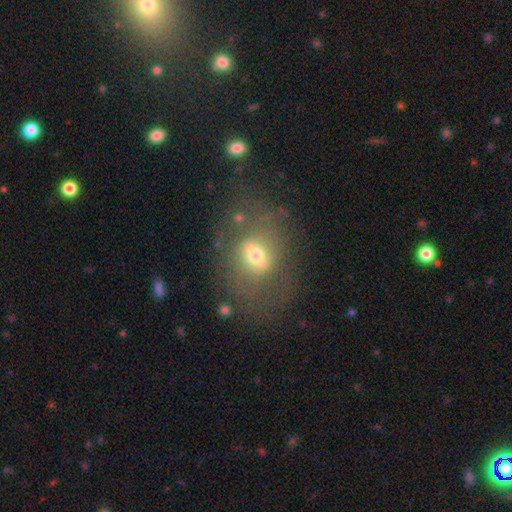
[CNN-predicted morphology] Smooth or featured?
  - smooth: 48% *
  - featured or disk: 38%
  - star or artifact: 14%
Merging?
  - none: 63% *
  - minor disturbance: 19%
  - major disturbance: 14%
  - merger: 4%